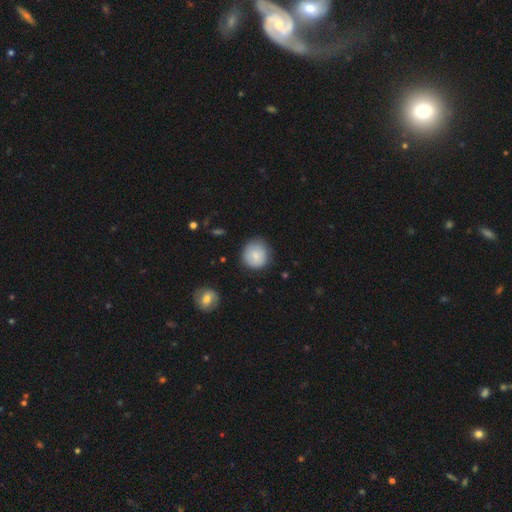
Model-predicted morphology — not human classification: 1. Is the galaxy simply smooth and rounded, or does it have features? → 82% smooth, 10% featured or disk, 7% star or artifact.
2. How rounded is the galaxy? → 92% round, 7% in between, 1% cigar-shaped.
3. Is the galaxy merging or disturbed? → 83% none, 13% minor disturbance, 3% major disturbance, 1% merger.